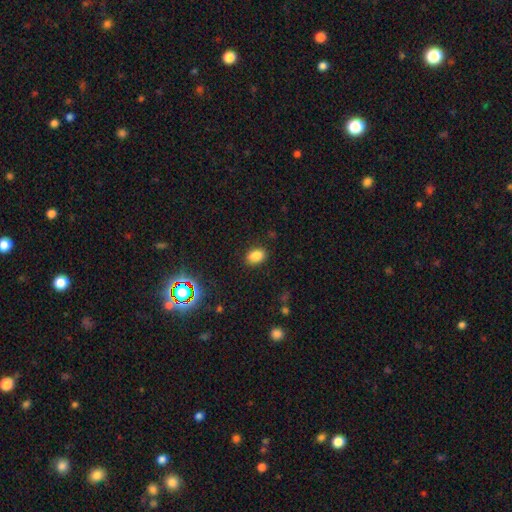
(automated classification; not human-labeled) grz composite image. It shows a smooth galaxy with no disk features (84%) that is in between round and cigar-shaped (85%). Merging: none (87%).